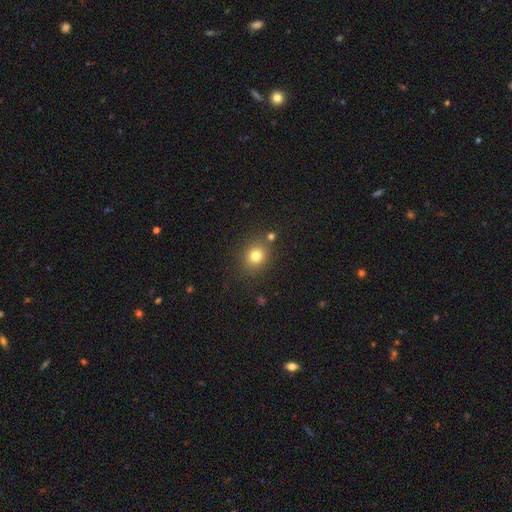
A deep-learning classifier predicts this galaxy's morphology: smooth-or-featured: smooth: 78% | star or artifact: 14% | featured or disk: 8%
  how-rounded: round: 71% | in between: 28% | cigar-shaped: 1%
  merging: none: 80% | minor disturbance: 10% | merger: 6% | major disturbance: 3%